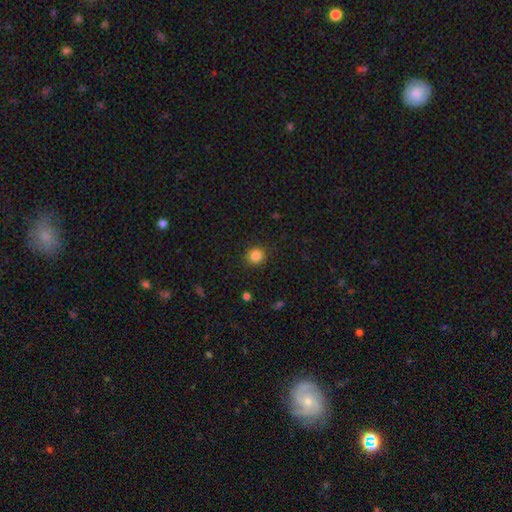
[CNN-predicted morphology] smooth-or-featured: smooth: 85% | star or artifact: 11% | featured or disk: 4%
  how-rounded: round: 89% | in between: 10% | cigar-shaped: 1%
  merging: none: 90% | minor disturbance: 7% | major disturbance: 2% | merger: 1%